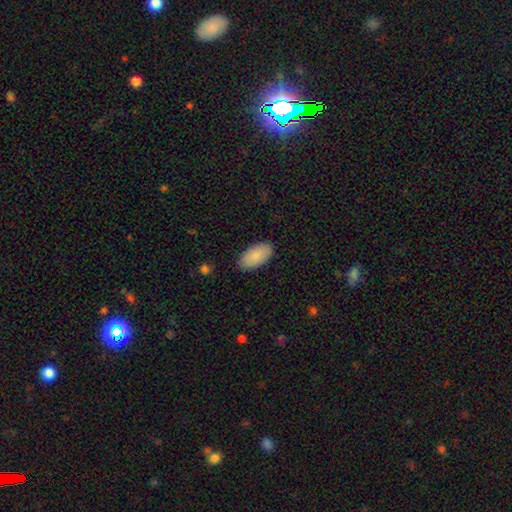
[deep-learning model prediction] smooth 87%, featured or disk 7%, star or artifact 6%. Down the decision tree: how rounded — in between (95%); merging — none (86%).